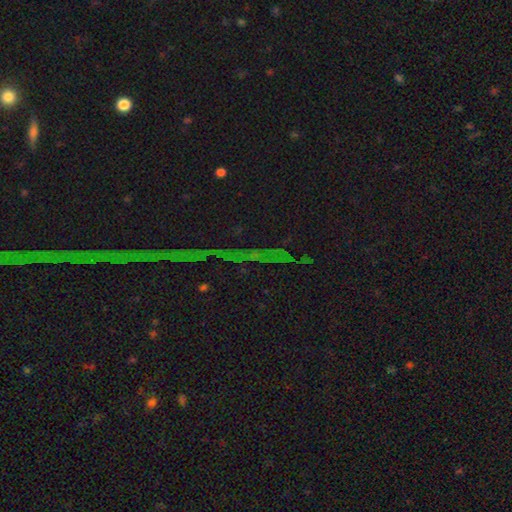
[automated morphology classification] type=star or artifact (86%).